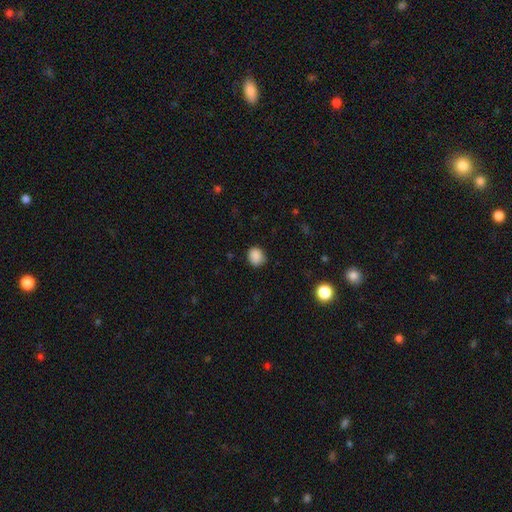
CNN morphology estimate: smooth-or-featured: smooth: 88% | star or artifact: 9% | featured or disk: 3%
  how-rounded: round: 72% | in between: 27% | cigar-shaped: 1%
  merging: none: 83% | minor disturbance: 13% | major disturbance: 3% | merger: 1%